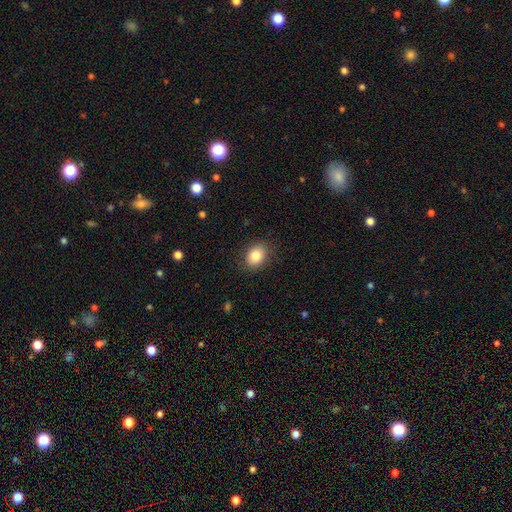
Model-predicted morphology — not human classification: This is clearly a smooth galaxy (84%). How rounded: likely in between (63%). Merging: clearly none (85%).